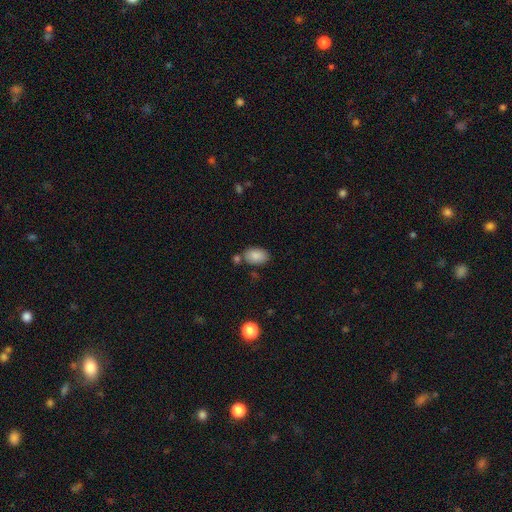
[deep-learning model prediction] The model was most divided on "merging": none: 69%, minor disturbance: 15%, merger: 12%, major disturbance: 4%. More confident: how rounded — in between (91%); smooth or featured — smooth (87%).